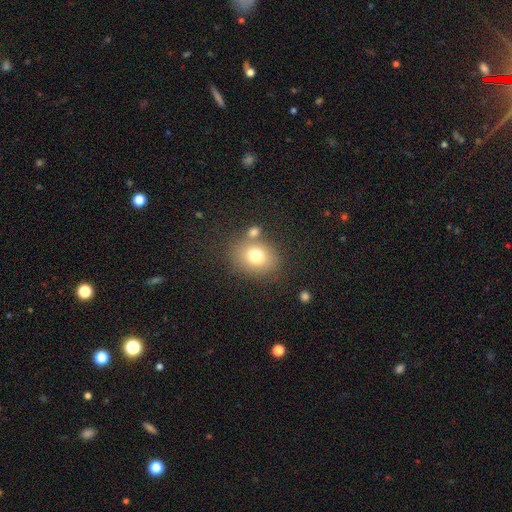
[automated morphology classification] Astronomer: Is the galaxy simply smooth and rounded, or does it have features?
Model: smooth — 75%.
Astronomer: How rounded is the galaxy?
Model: round — 50% (runner-up: in between, 49%).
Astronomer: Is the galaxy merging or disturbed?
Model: none — 65%.